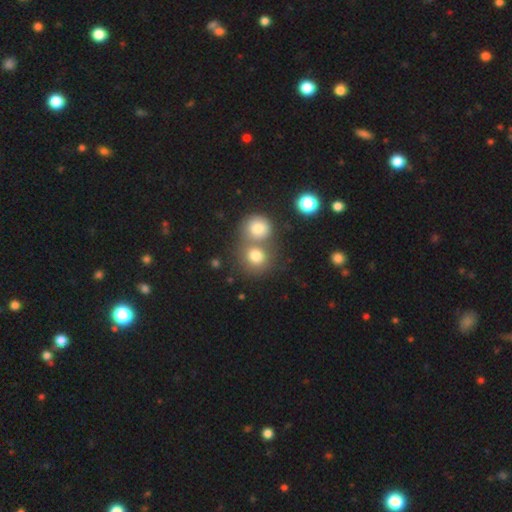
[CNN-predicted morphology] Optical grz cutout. It shows a smooth galaxy with no disk features (77%) that is round (85%). Merging: merger (46%).